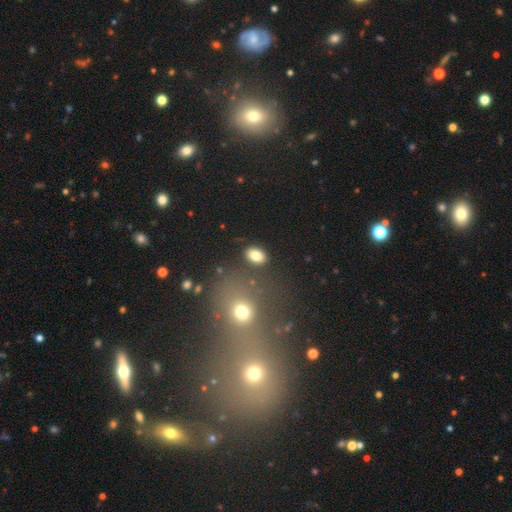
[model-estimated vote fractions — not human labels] Overall: smooth (81%). How rounded: in between (85%). Merging: none (83%).